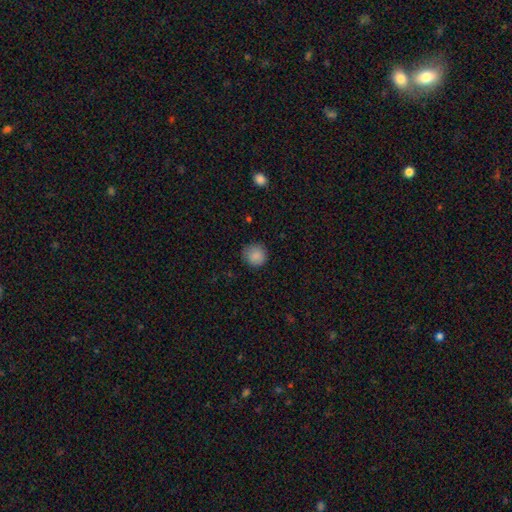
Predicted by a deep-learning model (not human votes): Smooth or featured? smooth (87%)
How rounded? round (92%)
Merging? none (85%)